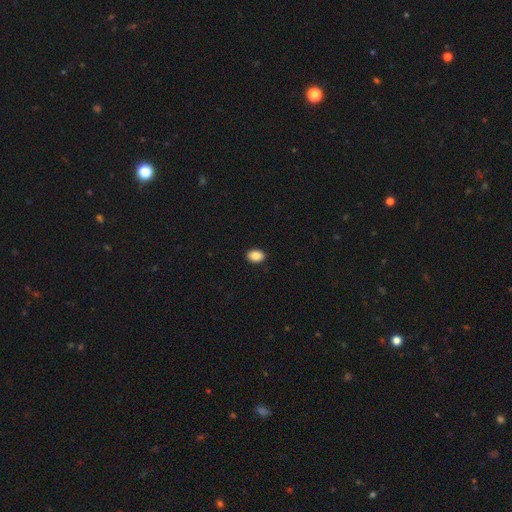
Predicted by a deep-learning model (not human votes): Smooth or featured?
  - smooth: 89% *
  - star or artifact: 8%
  - featured or disk: 4%
How rounded?
  - in between: 81% *
  - round: 18%
  - cigar-shaped: 1%
Merging?
  - none: 91% *
  - minor disturbance: 6%
  - major disturbance: 2%
  - merger: 1%